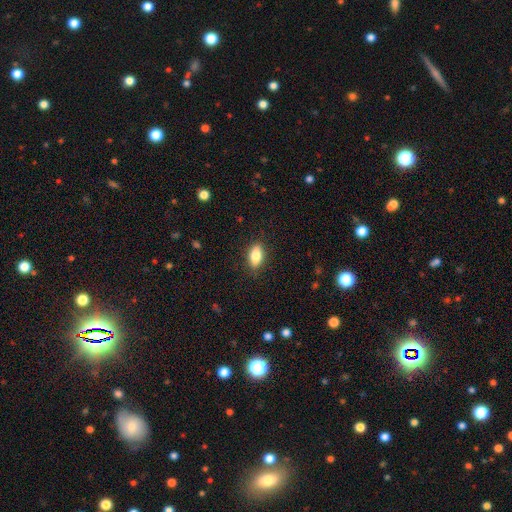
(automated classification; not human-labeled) Smooth or featured? Predicted: smooth (p=0.81). How rounded? Predicted: in between (p=0.86). Merging? Predicted: none (p=0.87).